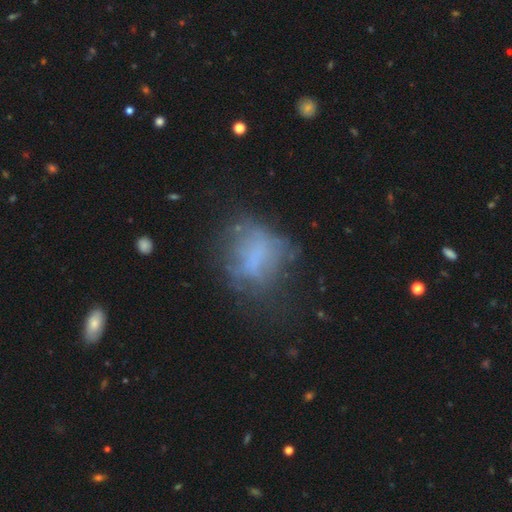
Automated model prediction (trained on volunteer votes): A smooth galaxy with no disk features (46%).

Vote fractions:
- Smooth or featured? smooth: 46% / featured or disk: 37% / star or artifact: 16%
- Merging? none: 44% / major disturbance: 27% / minor disturbance: 24% / merger: 5%